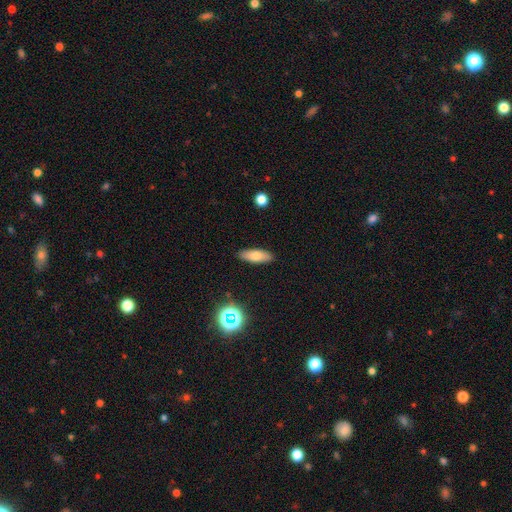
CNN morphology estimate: Smooth or featured: smooth — 73% (featured or disk — 18%)
How rounded: in between — 60% (cigar-shaped — 37%)
Merging: none — 89% (minor disturbance — 7%)